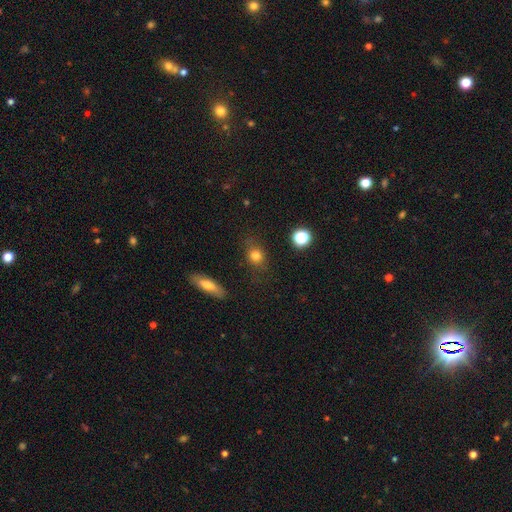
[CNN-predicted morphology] smooth-or-featured: smooth: 79% | star or artifact: 13% | featured or disk: 9%
  how-rounded: round: 63% | in between: 34% | cigar-shaped: 3%
  merging: none: 77% | minor disturbance: 15% | major disturbance: 5% | merger: 3%